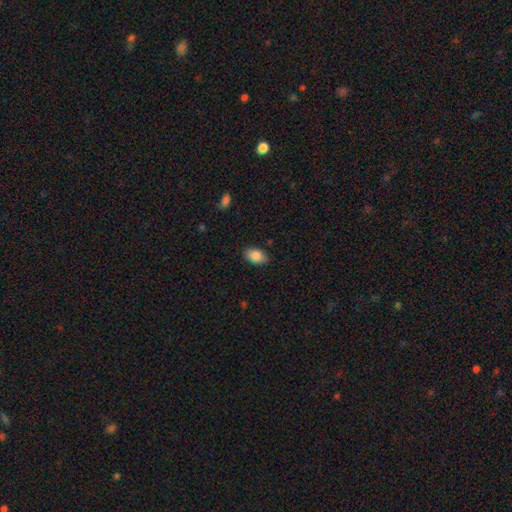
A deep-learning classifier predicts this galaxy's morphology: Smooth or featured: smooth — 87% (star or artifact — 7%)
How rounded: in between — 91% (round — 7%)
Merging: none — 86% (minor disturbance — 11%)